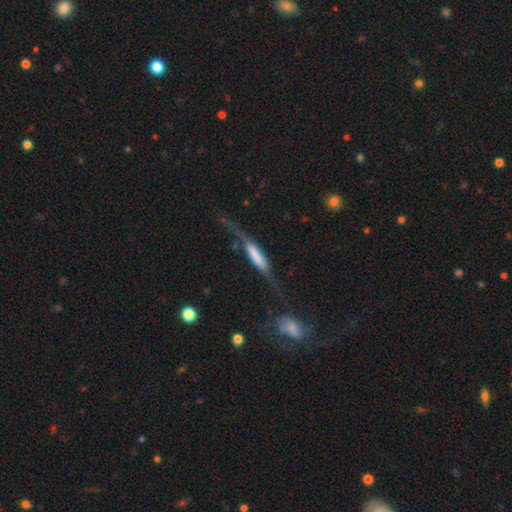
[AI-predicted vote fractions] The model was most divided on "smooth or featured": featured or disk: 52%, smooth: 41%, star or artifact: 7%. Remaining: edge-on disk — yes (77%); merging — none (43%).